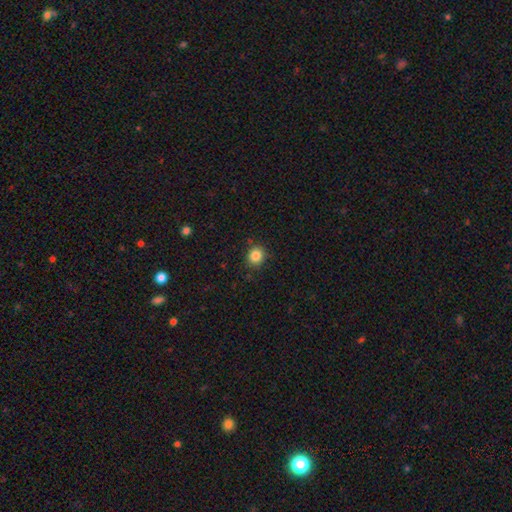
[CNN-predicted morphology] smooth-or-featured: smooth: 84% | star or artifact: 11% | featured or disk: 5%
  how-rounded: round: 79% | in between: 20% | cigar-shaped: 1%
  merging: none: 86% | minor disturbance: 10% | major disturbance: 3% | merger: 2%